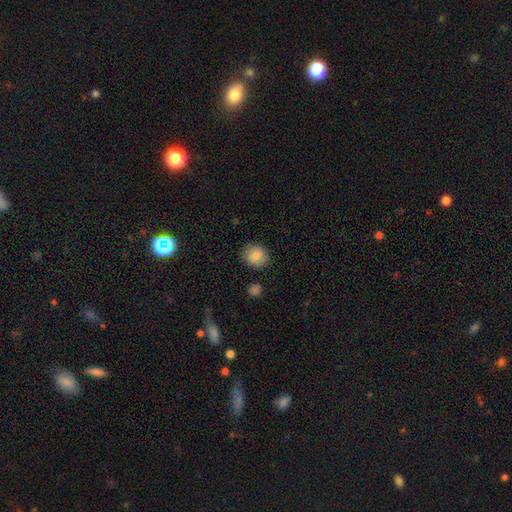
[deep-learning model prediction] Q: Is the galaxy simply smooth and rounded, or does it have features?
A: smooth — 84%.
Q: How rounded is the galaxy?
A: round — 68%.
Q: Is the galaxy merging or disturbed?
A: none — 85%.